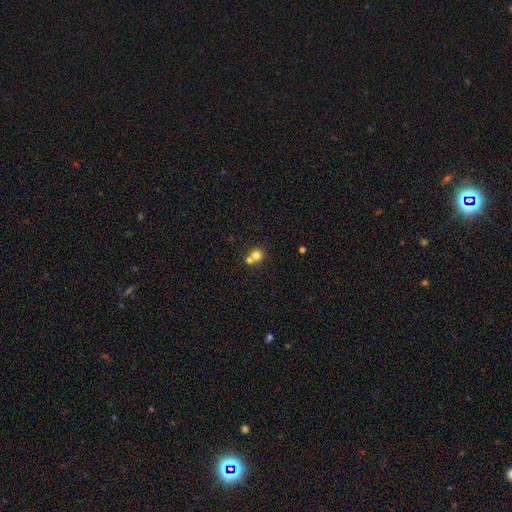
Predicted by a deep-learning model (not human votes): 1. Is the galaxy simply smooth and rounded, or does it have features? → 76% smooth, 12% star or artifact, 12% featured or disk.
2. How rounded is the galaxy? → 86% round, 13% in between, 1% cigar-shaped.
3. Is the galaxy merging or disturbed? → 50% merger, 42% none, 6% minor disturbance, 2% major disturbance.